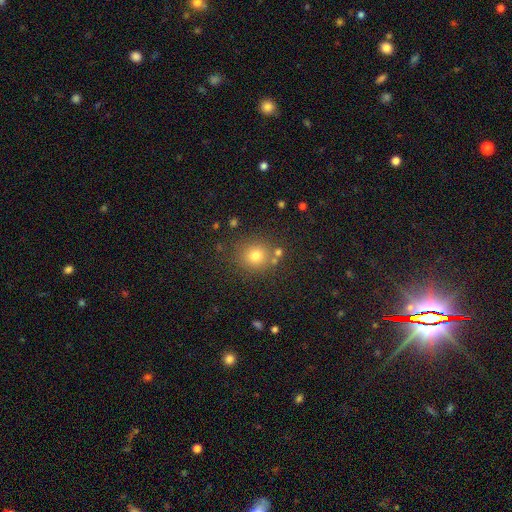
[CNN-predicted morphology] smooth_or_featured: smooth (p=0.75) [alt: star or artifact p=0.16]
how_rounded: round (p=0.89) [alt: in between p=0.11]
merging: none (p=0.79) [alt: minor disturbance p=0.09]